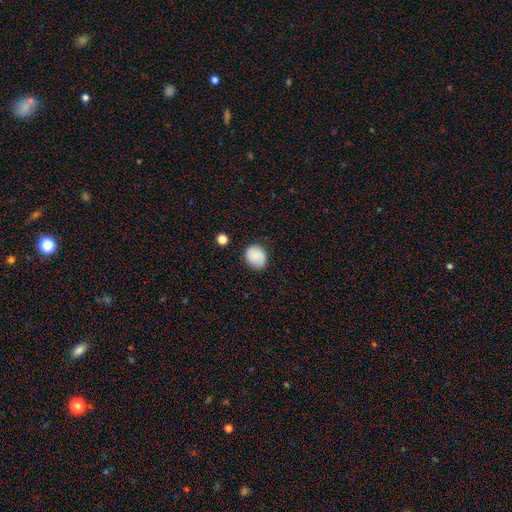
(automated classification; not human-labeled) Q: Smooth or featured?
A: smooth (78%); runner-up: featured or disk (13%)
Q: How rounded?
A: round (64%); runner-up: in between (36%)
Q: Merging?
A: none (78%); runner-up: minor disturbance (16%)